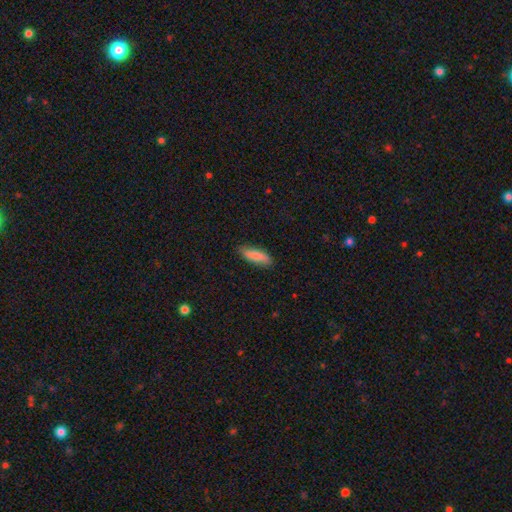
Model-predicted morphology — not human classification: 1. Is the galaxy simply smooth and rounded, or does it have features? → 85% smooth, 9% featured or disk, 6% star or artifact.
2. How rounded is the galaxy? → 52% cigar-shaped, 46% in between, 2% round.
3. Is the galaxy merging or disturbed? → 85% none, 12% minor disturbance, 2% major disturbance, 1% merger.